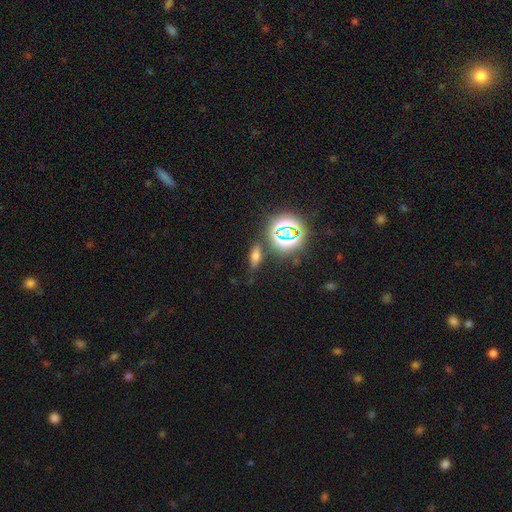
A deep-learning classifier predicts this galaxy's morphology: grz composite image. It shows a smooth galaxy with no disk features (55%) that is in between round and cigar-shaped (61%). Merging: none (80%).